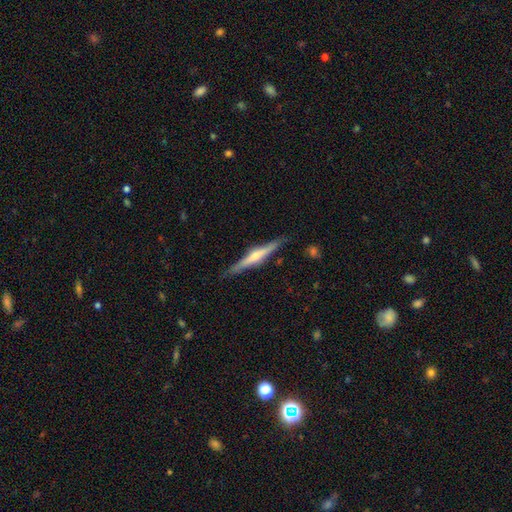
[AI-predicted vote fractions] Smooth or featured?
  - featured or disk: 68% *
  - smooth: 26%
  - star or artifact: 6%
Edge-on disk?
  - yes: 97% *
  - no: 3%
Edge-on bulge?
  - rounded: 78% *
  - none: 12%
  - boxy: 10%
Merging?
  - none: 86% *
  - minor disturbance: 10%
  - major disturbance: 2%
  - merger: 2%